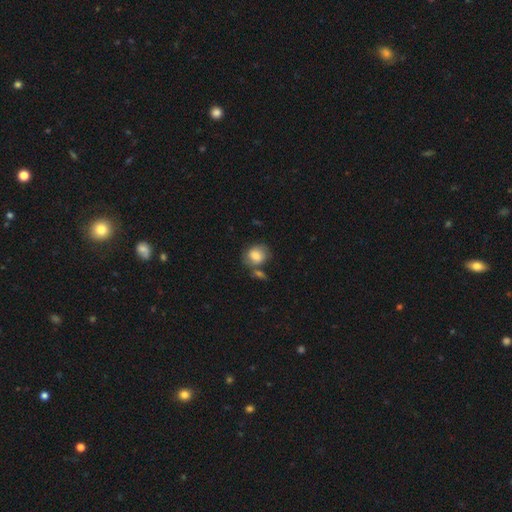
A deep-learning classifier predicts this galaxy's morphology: smooth_or_featured: smooth (p=0.74) [alt: featured or disk p=0.18]
how_rounded: round (p=0.55) [alt: in between p=0.44]
merging: none (p=0.54) [alt: merger p=0.20]